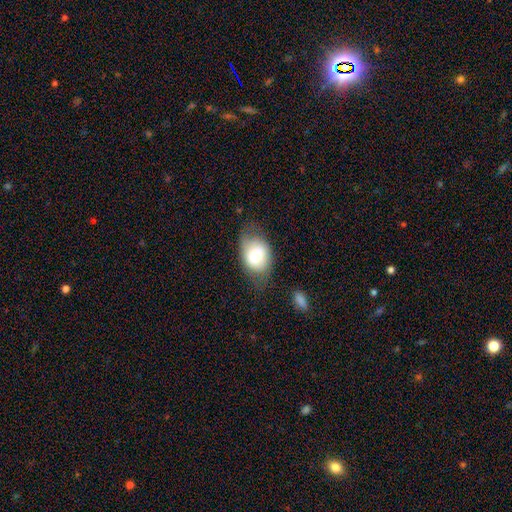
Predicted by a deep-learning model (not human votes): A smooth galaxy with no disk features (72%) that is in between round and cigar-shaped (77%). Merging: none (50%).